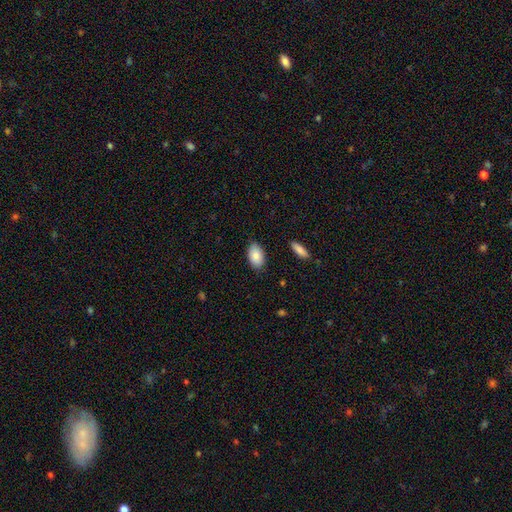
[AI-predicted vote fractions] This appears to be a smooth galaxy with no disk features (85%) that is in between round and cigar-shaped (93%). Merging: none (85%).